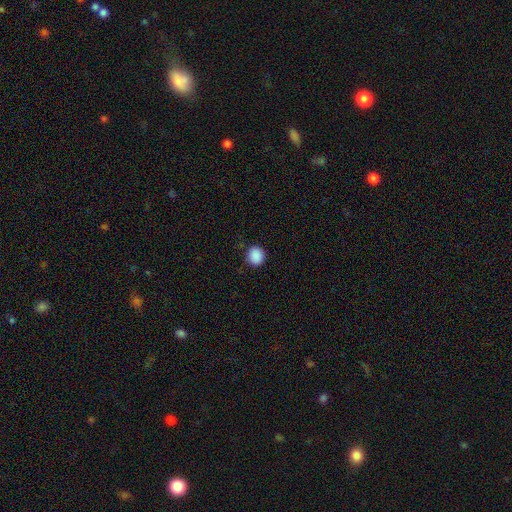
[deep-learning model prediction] A smooth galaxy with no disk features (89%) that is round (84%). Merging: none (88%).